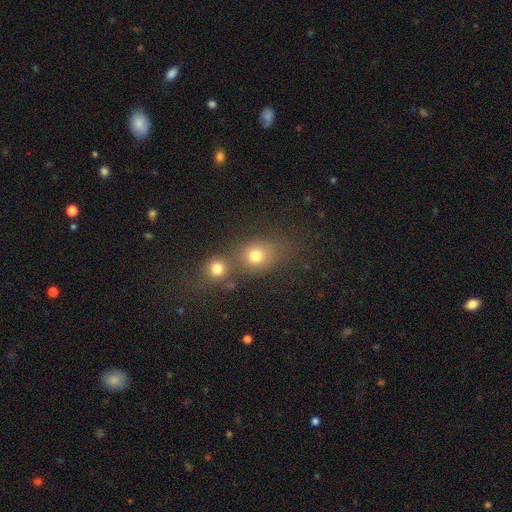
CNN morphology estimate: A smooth galaxy with no disk features (75%) that is round (69%).

Vote fractions:
- Smooth or featured? smooth: 75% / star or artifact: 16% / featured or disk: 9%
- How rounded? round: 69% / in between: 29% / cigar-shaped: 1%
- Merging? none: 44% / merger: 43% / minor disturbance: 8% / major disturbance: 5%